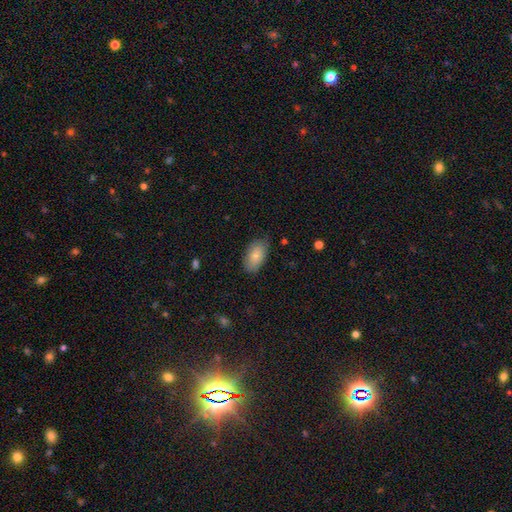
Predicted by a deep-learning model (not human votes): Overall: smooth (83%). How rounded: in between (94%). Merging: none (79%).